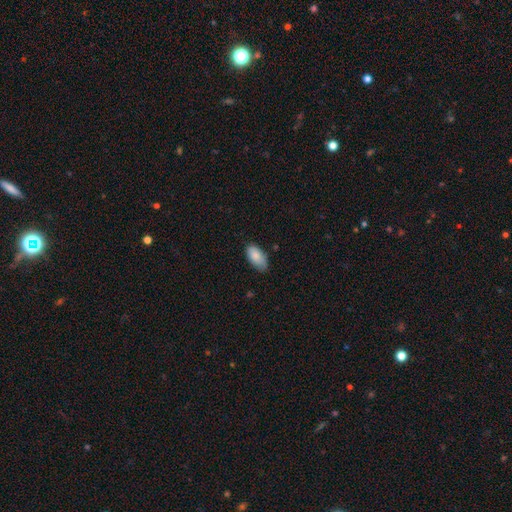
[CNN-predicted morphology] Q: Smooth or featured?
A: smooth (85%); runner-up: featured or disk (9%)
Q: How rounded?
A: in between (94%); runner-up: cigar-shaped (3%)
Q: Merging?
A: none (70%); runner-up: minor disturbance (25%)